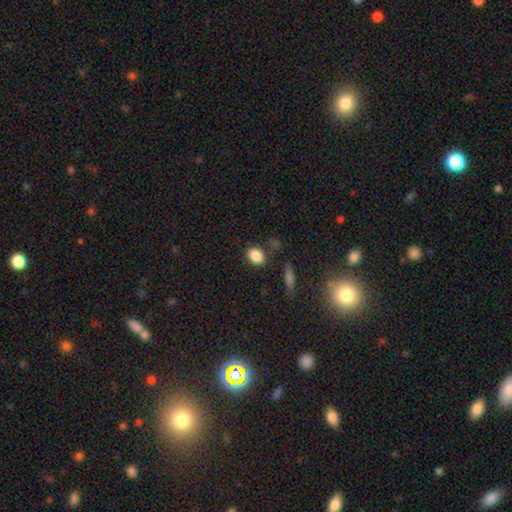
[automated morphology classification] Smooth or featured? Predicted: smooth (p=0.86). How rounded? Predicted: in between (p=0.68). Merging? Predicted: none (p=0.78).